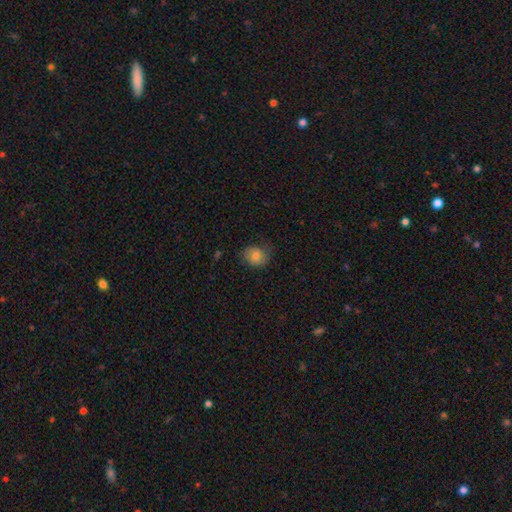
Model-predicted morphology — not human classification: Overall: smooth (76%). How rounded: round (62%; in between 37%). Merging: none (67%).